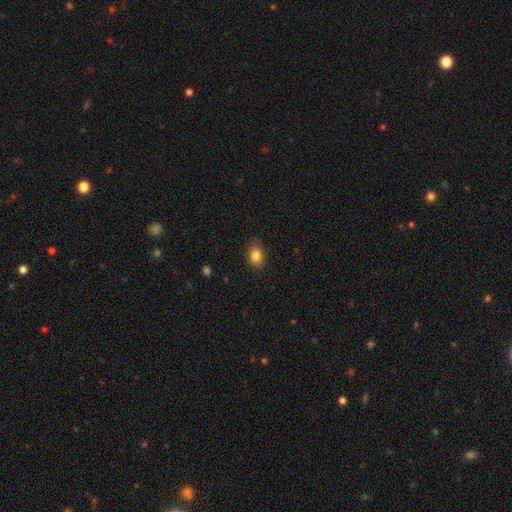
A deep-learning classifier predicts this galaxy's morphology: The model was most divided on "how rounded": in between: 66%, round: 33%, cigar-shaped: 1%. More confident: smooth or featured — smooth (83%); merging — none (77%).